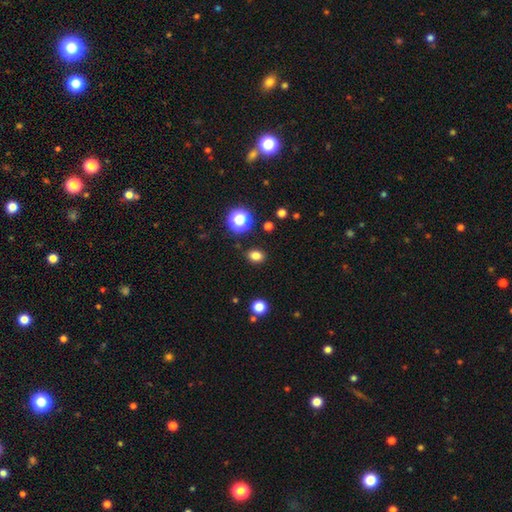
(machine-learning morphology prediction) smooth-or-featured: smooth: 80% | star or artifact: 15% | featured or disk: 5%
  how-rounded: in between: 57% | round: 42% | cigar-shaped: 1%
  merging: none: 87% | minor disturbance: 9% | major disturbance: 3% | merger: 2%